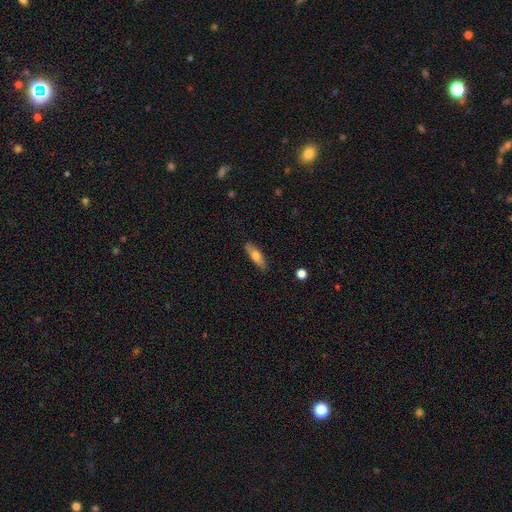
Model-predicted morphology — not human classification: smooth_or_featured: smooth (p=0.66) [alt: featured or disk p=0.28]
how_rounded: cigar-shaped (p=0.57) [alt: in between p=0.41]
merging: none (p=0.87) [alt: minor disturbance p=0.10]